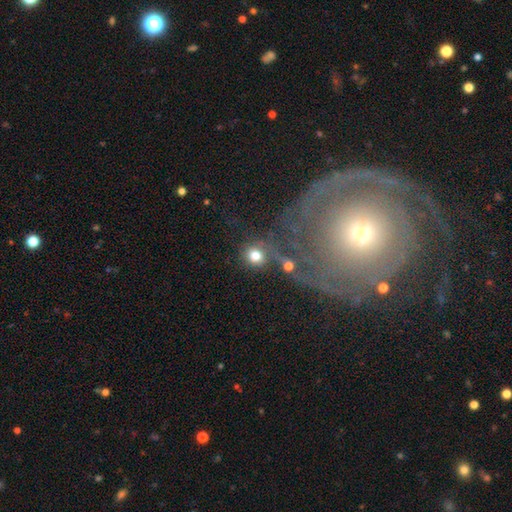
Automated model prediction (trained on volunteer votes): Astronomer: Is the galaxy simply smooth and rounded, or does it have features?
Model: smooth — 75%.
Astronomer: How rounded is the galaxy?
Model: round — 84%.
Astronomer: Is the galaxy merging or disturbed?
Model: none — 55%.